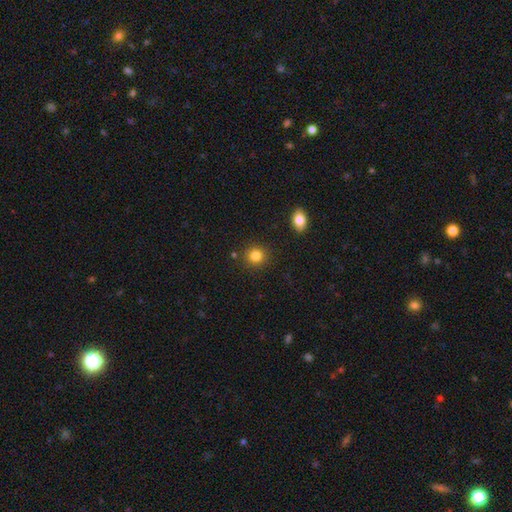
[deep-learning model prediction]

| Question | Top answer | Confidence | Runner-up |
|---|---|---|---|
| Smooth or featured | smooth | 83% | star or artifact (11%) |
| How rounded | round | 89% | in between (10%) |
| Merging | none | 88% | minor disturbance (7%) |